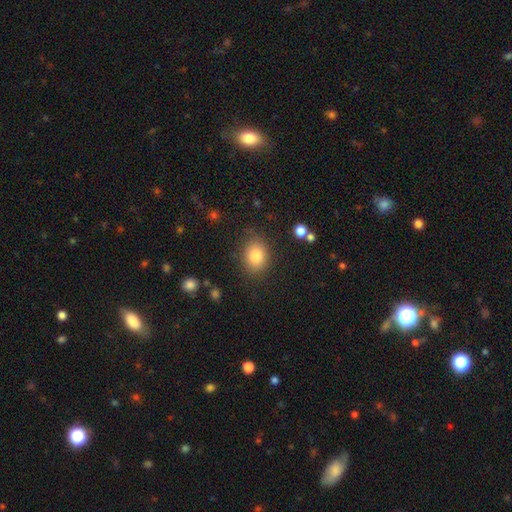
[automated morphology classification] Q: Smooth or featured?
A: smooth (83%); runner-up: star or artifact (10%)
Q: How rounded?
A: in between (57%); runner-up: round (42%)
Q: Merging?
A: none (80%); runner-up: minor disturbance (14%)